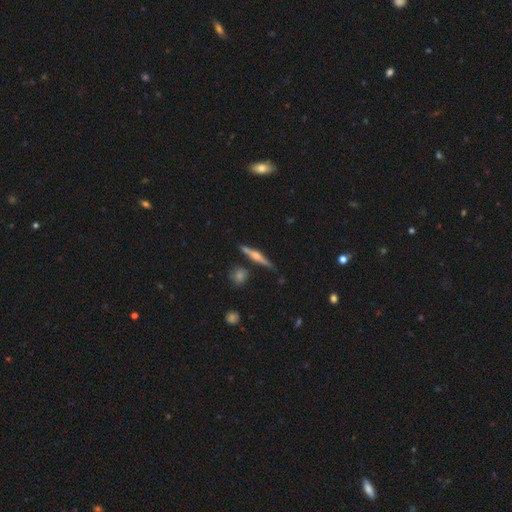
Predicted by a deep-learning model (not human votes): A featured or disk galaxy (70%) viewed edge-on (97%) with a rounded central bulge (84%).

Vote fractions:
- Smooth or featured? featured or disk: 70% / smooth: 23% / star or artifact: 6%
- Edge-on disk? yes: 97% / no: 3%
- Edge-on bulge? rounded: 84% / boxy: 9% / none: 6%
- Merging? none: 81% / minor disturbance: 11% / merger: 6% / major disturbance: 3%